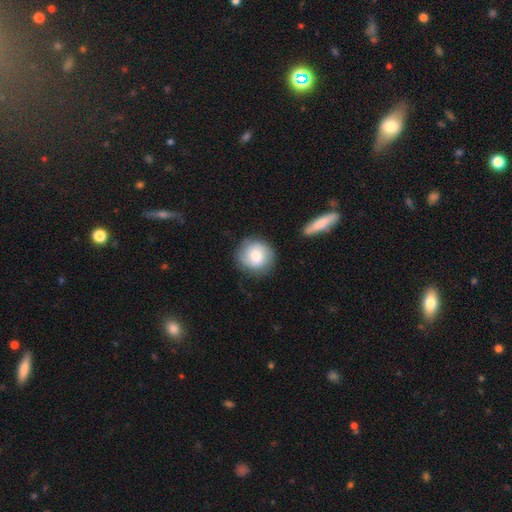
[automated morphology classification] Smooth or featured? Predicted: smooth (p=0.59). How rounded? Predicted: round (p=0.88). Merging? Predicted: none (p=0.79).